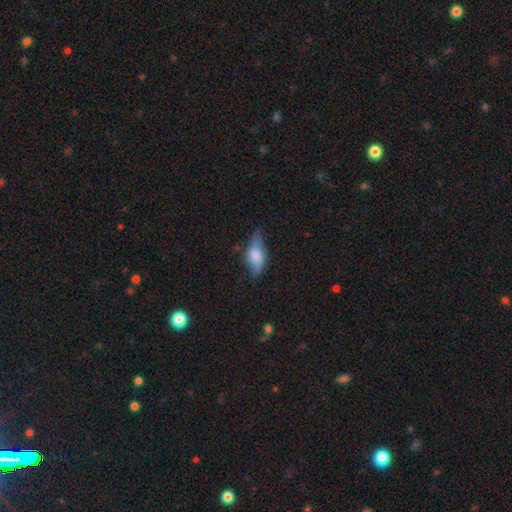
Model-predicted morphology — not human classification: smooth_or_featured: smooth (p=0.65) [alt: featured or disk p=0.27]
how_rounded: in between (p=0.79) [alt: cigar-shaped p=0.17]
merging: none (p=0.52) [alt: minor disturbance p=0.35]